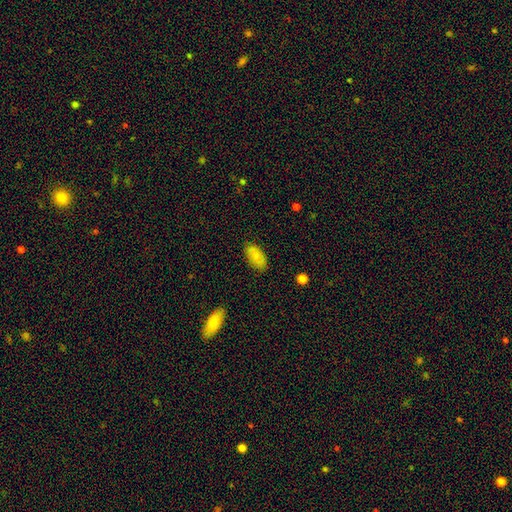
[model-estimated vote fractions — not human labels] smooth_or_featured: smooth (p=0.83) [alt: featured or disk p=0.10]
how_rounded: in between (p=0.94) [alt: round p=0.03]
merging: none (p=0.84) [alt: minor disturbance p=0.12]